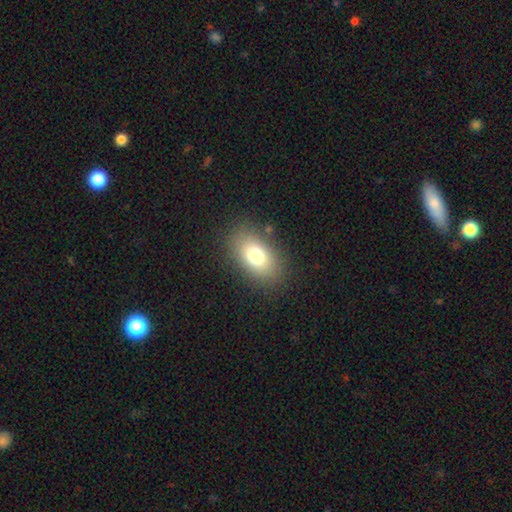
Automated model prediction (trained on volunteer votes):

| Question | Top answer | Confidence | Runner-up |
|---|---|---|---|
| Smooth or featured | smooth | 77% | featured or disk (13%) |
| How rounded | in between | 88% | round (10%) |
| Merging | none | 85% | minor disturbance (10%) |